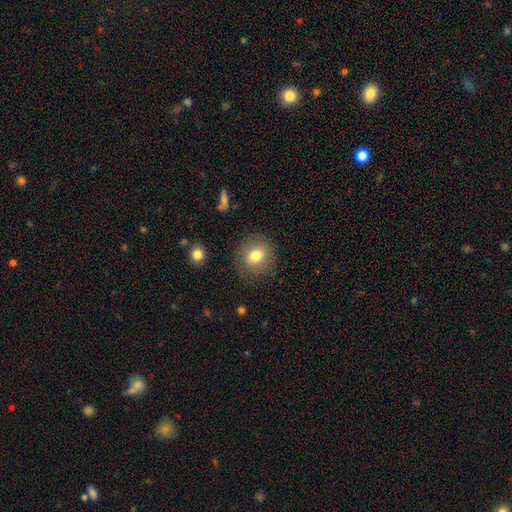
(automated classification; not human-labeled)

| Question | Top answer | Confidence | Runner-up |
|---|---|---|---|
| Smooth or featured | smooth | 76% | featured or disk (14%) |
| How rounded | round | 77% | in between (22%) |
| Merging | none | 85% | minor disturbance (10%) |